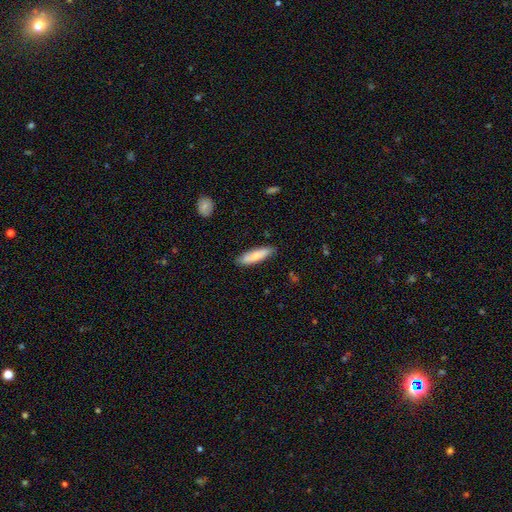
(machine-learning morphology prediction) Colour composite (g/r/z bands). It shows a smooth galaxy with no disk features (74%) that is cigar-shaped (67%). Merging: none (84%).